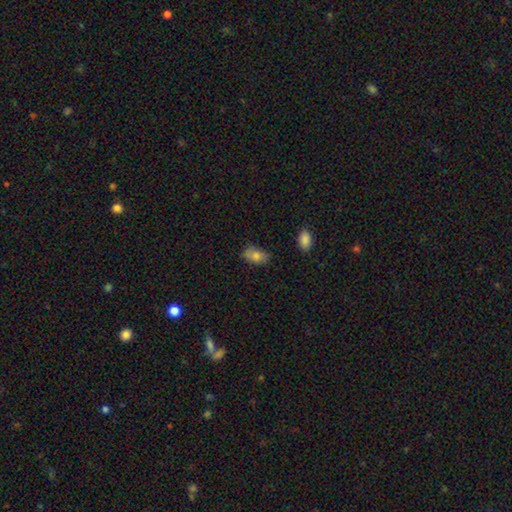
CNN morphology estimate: Overall: smooth (79%). How rounded: in between (89%). Merging: none (69%).